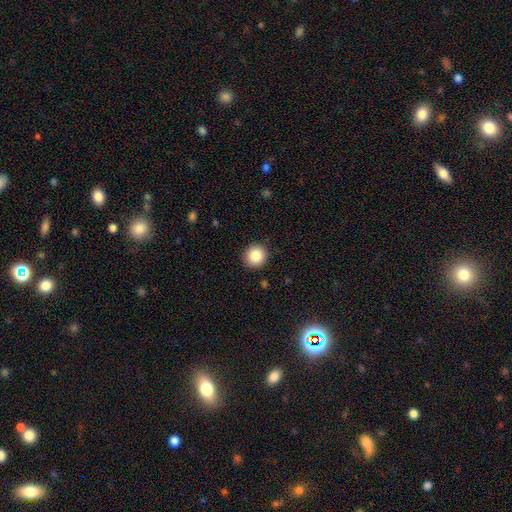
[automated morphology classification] smooth_or_featured: smooth (p=0.85) [alt: star or artifact p=0.09]
how_rounded: round (p=0.92) [alt: in between p=0.07]
merging: none (p=0.91) [alt: minor disturbance p=0.06]